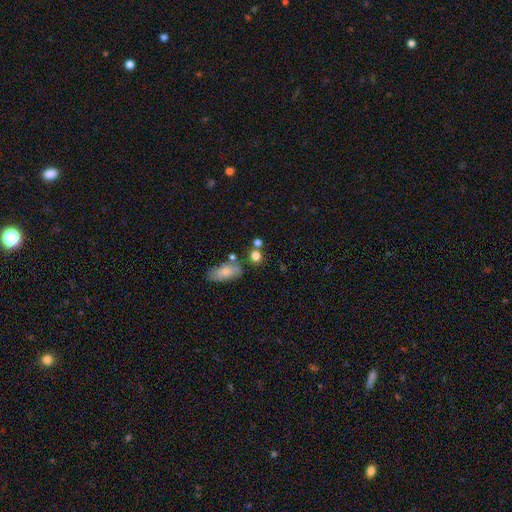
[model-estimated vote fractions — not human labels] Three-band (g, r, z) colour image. It shows a smooth galaxy with no disk features (79%) that is round (77%). Merging: none (62%).